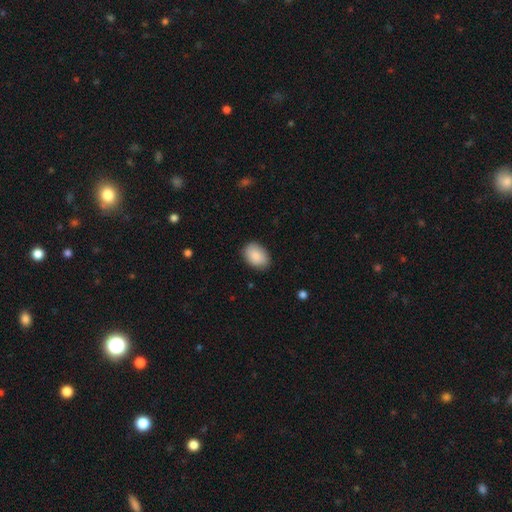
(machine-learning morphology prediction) Smooth or featured? Predicted: smooth (p=0.86). How rounded? Predicted: in between (p=0.82). Merging? Predicted: none (p=0.83).